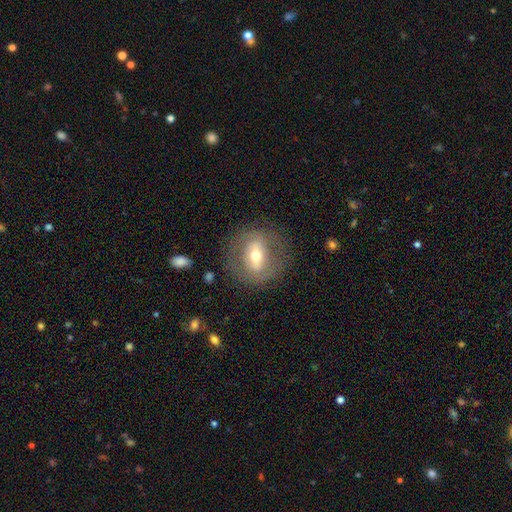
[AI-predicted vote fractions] Smooth or featured: featured or disk — 58% (smooth — 34%)
Edge-on disk: no — 85% (yes — 15%)
Merging: none — 78% (minor disturbance — 13%)